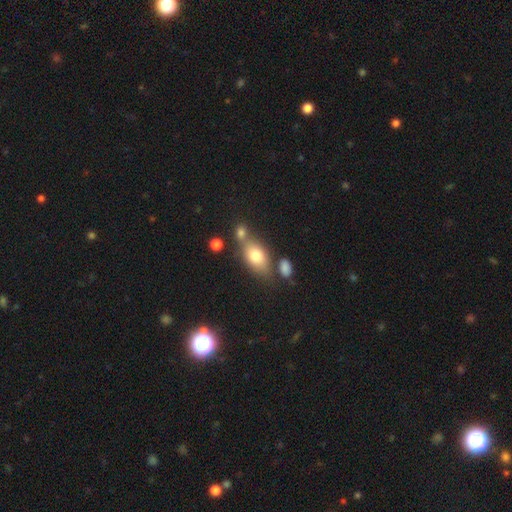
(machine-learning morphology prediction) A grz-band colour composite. It shows a smooth galaxy with no disk features (73%) that is in between round and cigar-shaped (82%). Merging: none (53%).